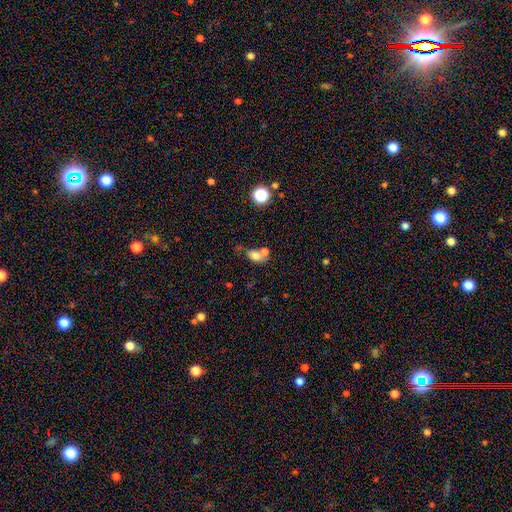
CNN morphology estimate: smooth 74%, featured or disk 15%, star or artifact 11%. Down the decision tree: how rounded — in between (73%); merging — merger (46%).